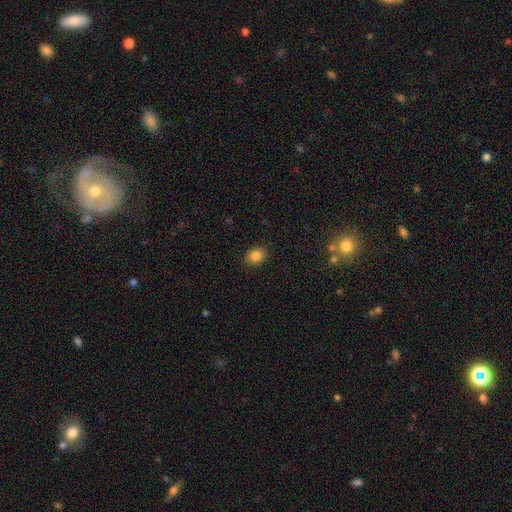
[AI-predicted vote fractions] Morphology: type=smooth (84%); roundness=in between (51%); merging=none (89%).